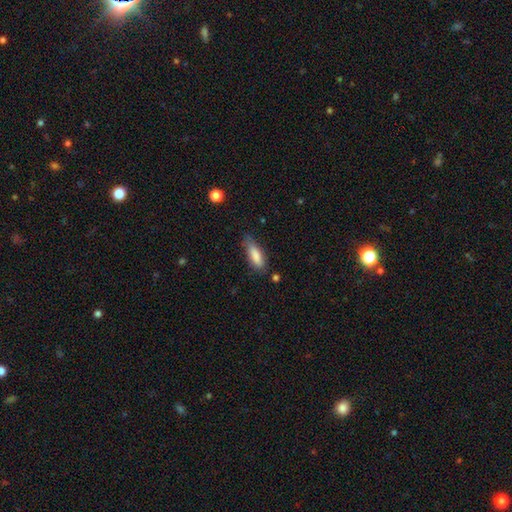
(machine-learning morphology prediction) Smooth or featured? Predicted: smooth (p=0.83). How rounded? Predicted: in between (p=0.55). Merging? Predicted: none (p=0.66).